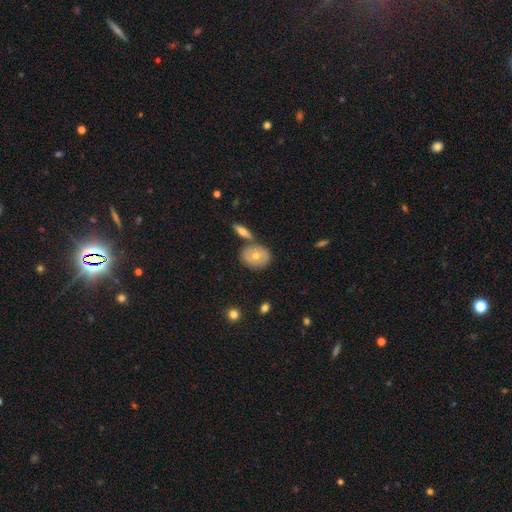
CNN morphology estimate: smooth 64%, featured or disk 28%, star or artifact 8%. Down the decision tree: how rounded — round (59%); merging — none (69%).